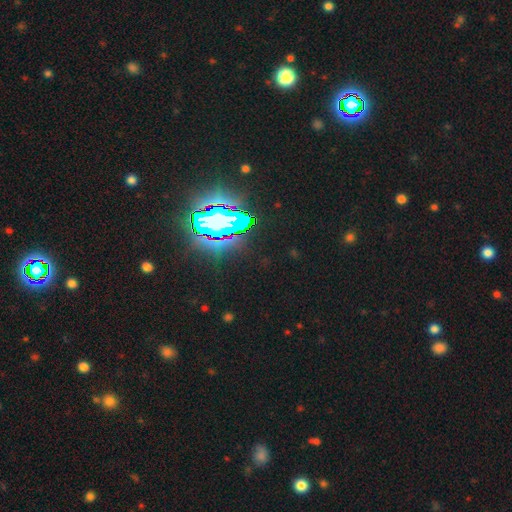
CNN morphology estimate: This is clearly a star or artifact rather than a galaxy (81%).